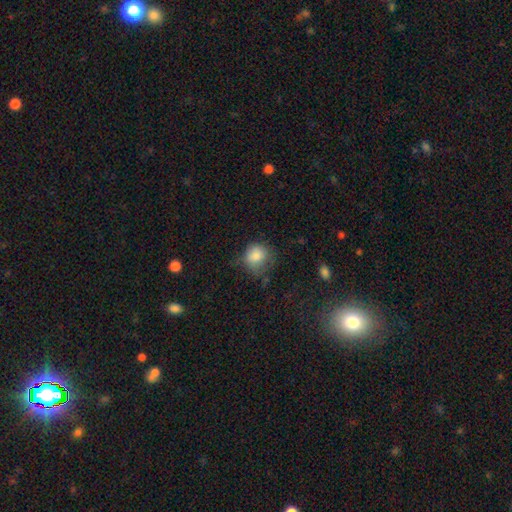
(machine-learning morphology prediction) smooth-or-featured: smooth: 82% | star or artifact: 9% | featured or disk: 9%
  how-rounded: round: 78% | in between: 21% | cigar-shaped: 1%
  merging: none: 49% | minor disturbance: 32% | major disturbance: 17% | merger: 2%